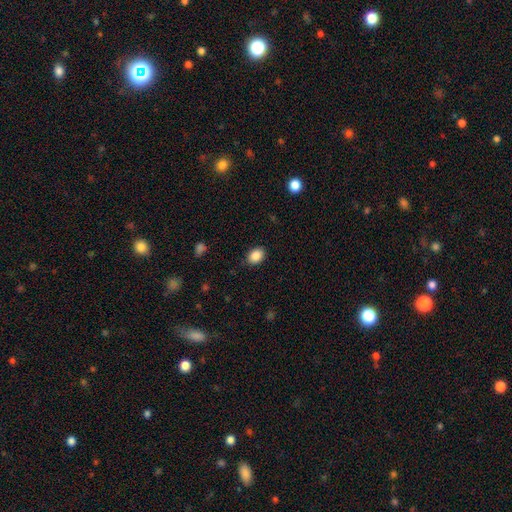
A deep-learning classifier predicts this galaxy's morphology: A smooth galaxy with no disk features (88%) that is in between round and cigar-shaped (66%). Merging: none (85%).